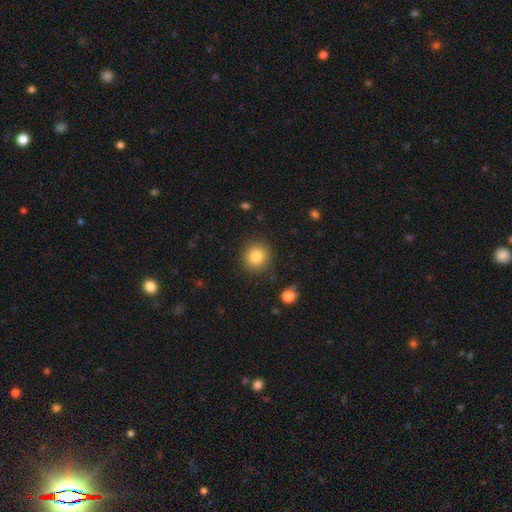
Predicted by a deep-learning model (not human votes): Smooth or featured: smooth — 85% (star or artifact — 10%)
How rounded: round — 88% (in between — 11%)
Merging: none — 87% (minor disturbance — 8%)